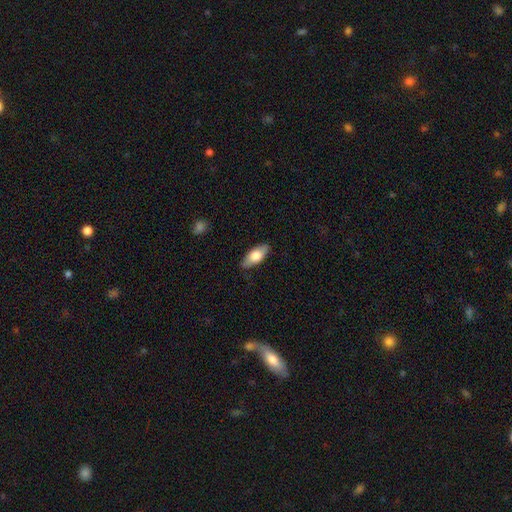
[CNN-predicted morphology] Smooth or featured: smooth — 71% (featured or disk — 23%)
How rounded: in between — 83% (cigar-shaped — 15%)
Merging: none — 84% (minor disturbance — 13%)